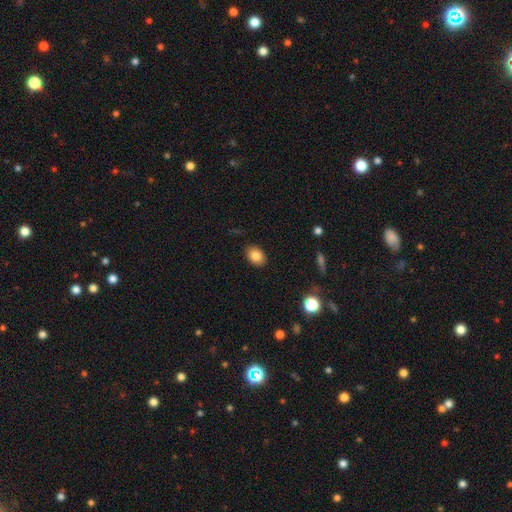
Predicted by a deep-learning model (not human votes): smooth_or_featured: smooth (p=0.83) [alt: star or artifact p=0.09]
how_rounded: in between (p=0.78) [alt: round p=0.21]
merging: none (p=0.88) [alt: minor disturbance p=0.09]